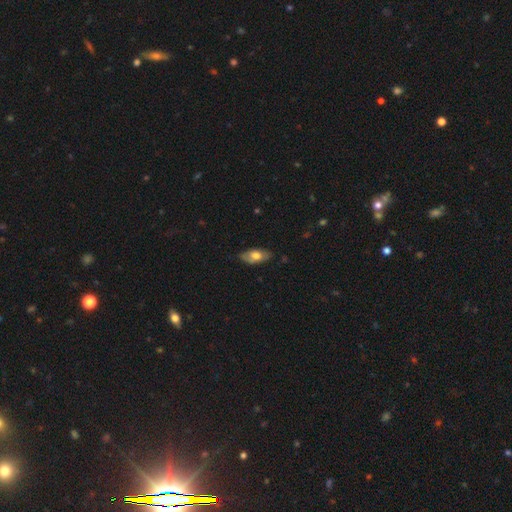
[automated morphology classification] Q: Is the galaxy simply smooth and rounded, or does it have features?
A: smooth — 60%.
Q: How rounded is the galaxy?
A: in between — 89%.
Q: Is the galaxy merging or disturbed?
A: none — 74%.